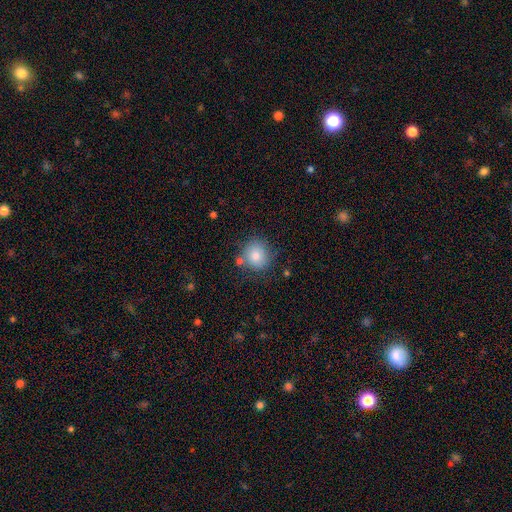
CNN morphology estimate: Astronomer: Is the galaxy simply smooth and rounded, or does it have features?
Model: smooth — 80%.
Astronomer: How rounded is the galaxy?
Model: round — 85%.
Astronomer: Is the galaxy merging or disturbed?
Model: none — 74%.